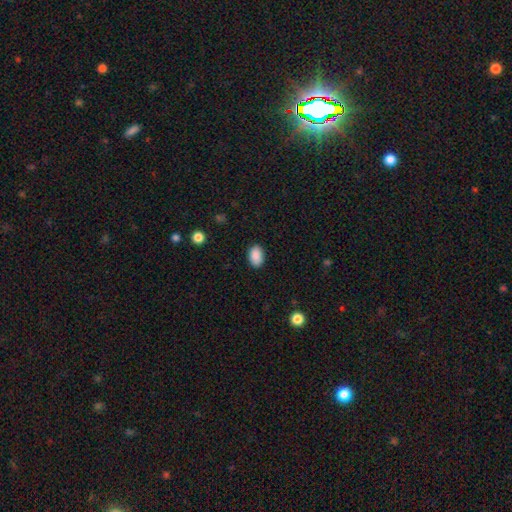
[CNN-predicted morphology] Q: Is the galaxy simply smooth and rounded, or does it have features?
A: smooth — 90%.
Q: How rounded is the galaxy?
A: in between — 88%.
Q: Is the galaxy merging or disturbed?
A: none — 88%.